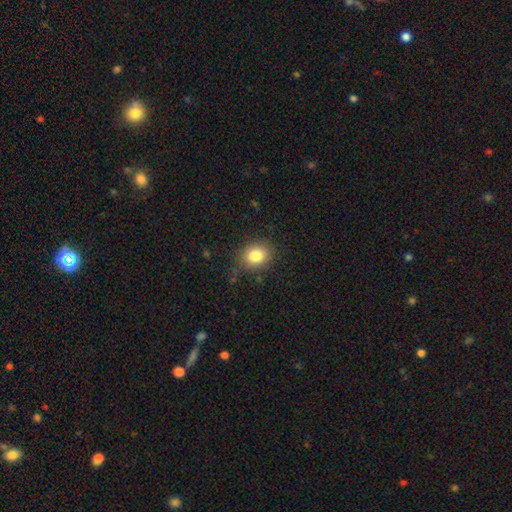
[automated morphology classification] Smooth or featured? smooth (82%)
How rounded? round (54%)
Merging? none (83%)